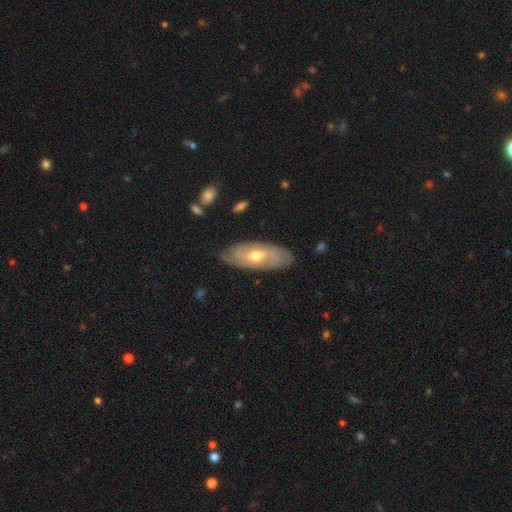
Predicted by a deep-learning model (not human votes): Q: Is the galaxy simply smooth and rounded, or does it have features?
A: featured or disk — 67%.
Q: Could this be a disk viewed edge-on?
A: no — 82%.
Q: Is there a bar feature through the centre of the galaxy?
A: no — 56%.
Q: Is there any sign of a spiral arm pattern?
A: yes — 75%.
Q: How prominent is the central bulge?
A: moderate — 67%.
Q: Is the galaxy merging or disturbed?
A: none — 82%.